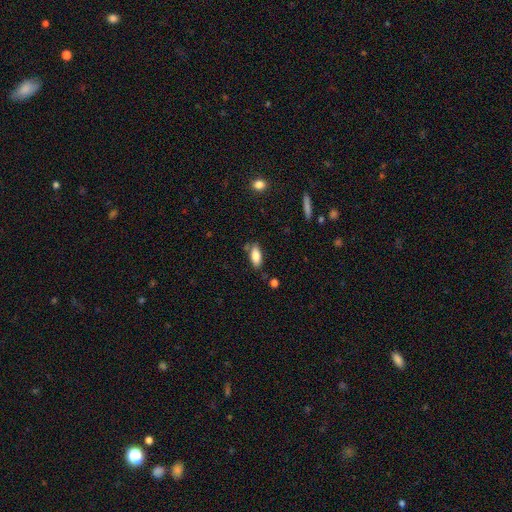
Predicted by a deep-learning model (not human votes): Smooth or featured? smooth (82%)
How rounded? in between (83%)
Merging? none (74%)